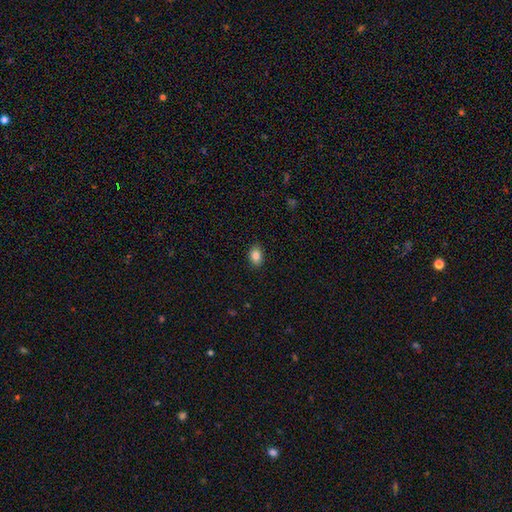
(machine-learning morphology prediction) A smooth galaxy with no disk features (85%) that is in between round and cigar-shaped (80%). Merging: none (88%).